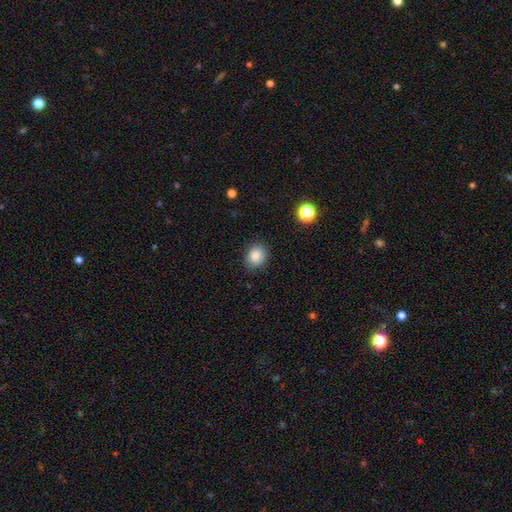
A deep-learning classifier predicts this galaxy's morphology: Q: Smooth or featured?
A: smooth (86%); runner-up: star or artifact (9%)
Q: How rounded?
A: round (55%); runner-up: in between (44%)
Q: Merging?
A: none (82%); runner-up: minor disturbance (14%)